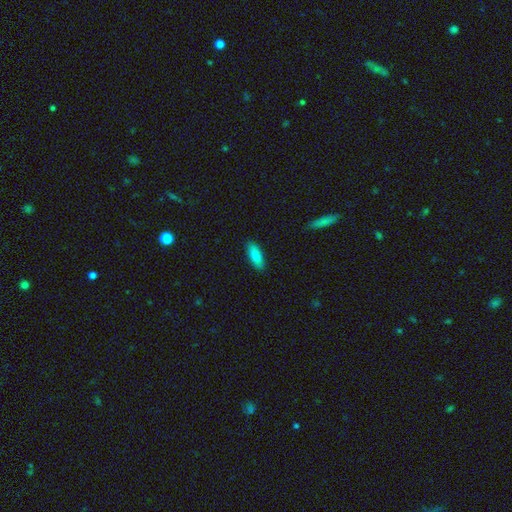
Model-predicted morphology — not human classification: Smooth or featured? smooth (85%)
How rounded? in between (66%)
Merging? none (88%)